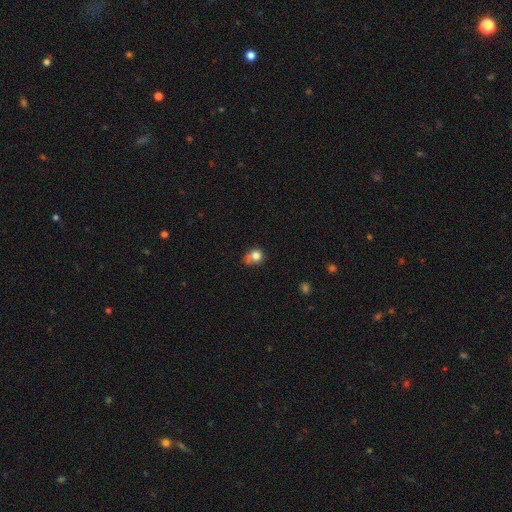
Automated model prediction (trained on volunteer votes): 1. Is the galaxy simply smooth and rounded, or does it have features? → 78% smooth, 11% featured or disk, 11% star or artifact.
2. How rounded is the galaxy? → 68% round, 31% in between, 1% cigar-shaped.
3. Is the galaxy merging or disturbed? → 42% none, 33% minor disturbance, 15% major disturbance, 10% merger.